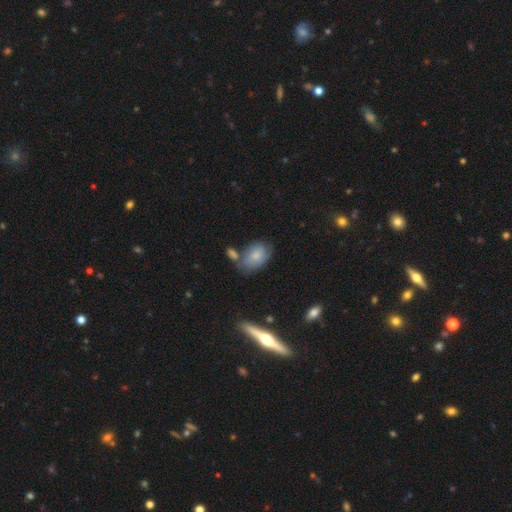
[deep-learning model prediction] The model was most divided on "merging": none: 49%, minor disturbance: 25%, merger: 17%, major disturbance: 9%. More confident: how rounded — in between (86%); smooth or featured — smooth (70%).